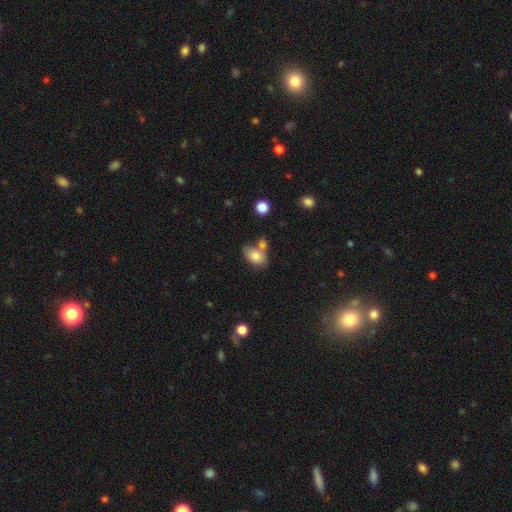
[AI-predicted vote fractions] smooth_or_featured: smooth (p=0.78) [alt: featured or disk p=0.13]
how_rounded: in between (p=0.87) [alt: round p=0.12]
merging: none (p=0.52) [alt: merger p=0.29]